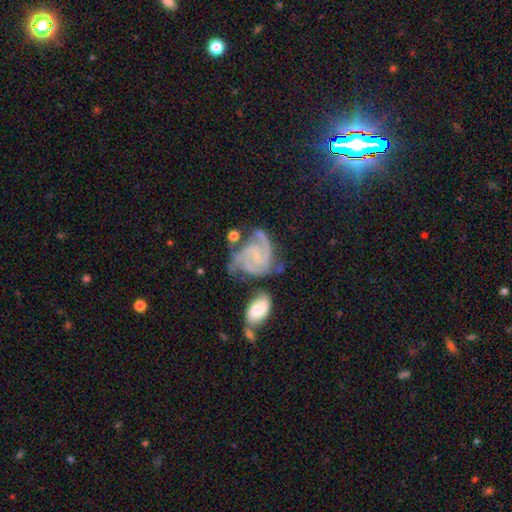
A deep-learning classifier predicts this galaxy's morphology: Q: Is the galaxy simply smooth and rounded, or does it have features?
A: featured or disk — 88%.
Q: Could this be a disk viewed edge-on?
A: no — 98%.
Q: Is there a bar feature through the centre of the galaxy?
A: no — 60%.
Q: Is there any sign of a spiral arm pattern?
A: yes — 97%.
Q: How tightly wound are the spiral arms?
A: tight — 46%.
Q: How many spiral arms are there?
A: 2 — 48%.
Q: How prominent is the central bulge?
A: small — 72%.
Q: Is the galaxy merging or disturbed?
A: none — 44%.